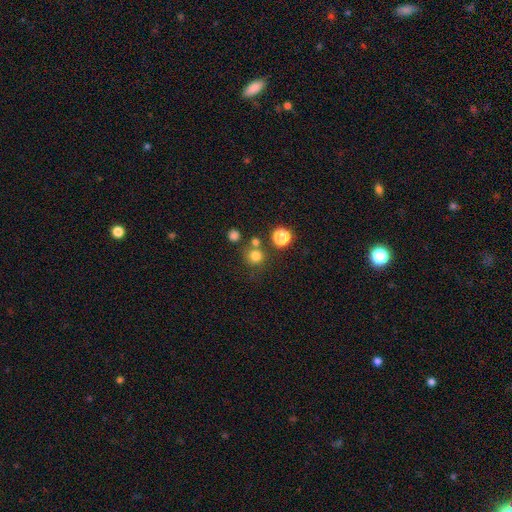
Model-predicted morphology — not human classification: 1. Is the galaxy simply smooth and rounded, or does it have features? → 76% smooth, 17% star or artifact, 7% featured or disk.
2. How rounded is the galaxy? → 91% round, 8% in between, 1% cigar-shaped.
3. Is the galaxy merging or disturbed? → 71% none, 16% merger, 9% minor disturbance, 4% major disturbance.